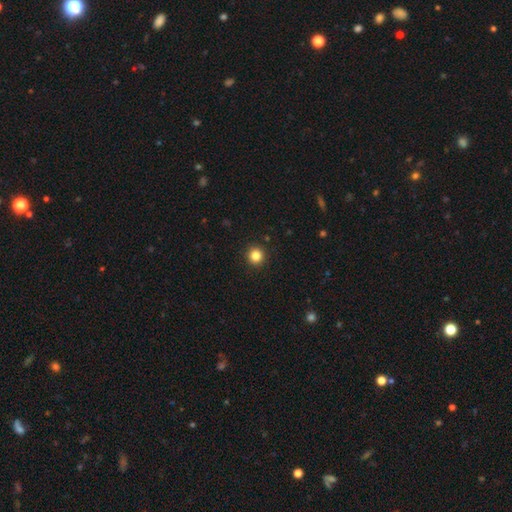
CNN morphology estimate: type=smooth (84%); roundness=round (95%); merging=none (93%).